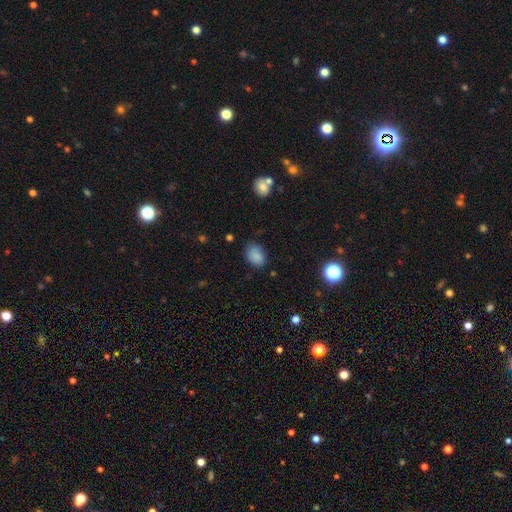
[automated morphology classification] This appears to be a smooth galaxy with no disk features (84%) that is in between round and cigar-shaped (77%). Merging: none (74%).